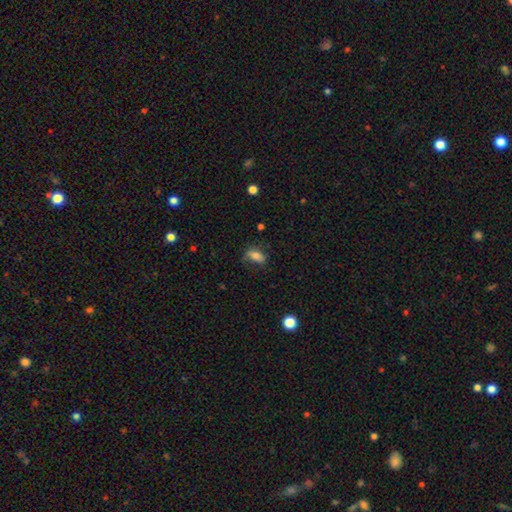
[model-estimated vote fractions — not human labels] Smooth or featured?
  - smooth: 71% *
  - featured or disk: 20%
  - star or artifact: 9%
How rounded?
  - in between: 82% *
  - cigar-shaped: 11%
  - round: 6%
Merging?
  - none: 63% *
  - minor disturbance: 24%
  - major disturbance: 11%
  - merger: 2%